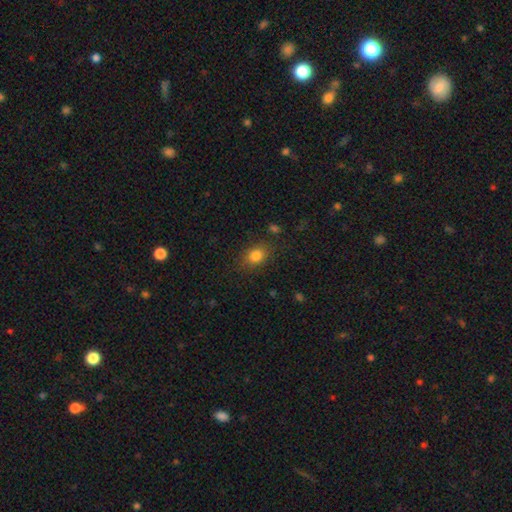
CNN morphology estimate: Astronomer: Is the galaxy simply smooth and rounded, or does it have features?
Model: smooth — 82%.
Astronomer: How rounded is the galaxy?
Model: in between — 64%.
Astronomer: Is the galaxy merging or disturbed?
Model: none — 80%.